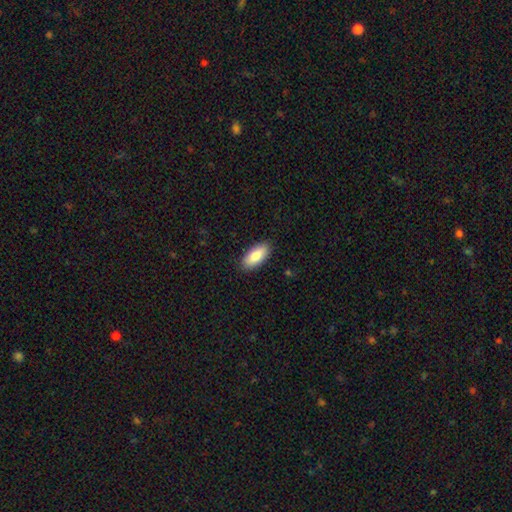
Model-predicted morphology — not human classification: Q: Smooth or featured?
A: smooth (83%); runner-up: featured or disk (11%)
Q: How rounded?
A: in between (89%); runner-up: cigar-shaped (9%)
Q: Merging?
A: none (88%); runner-up: minor disturbance (9%)